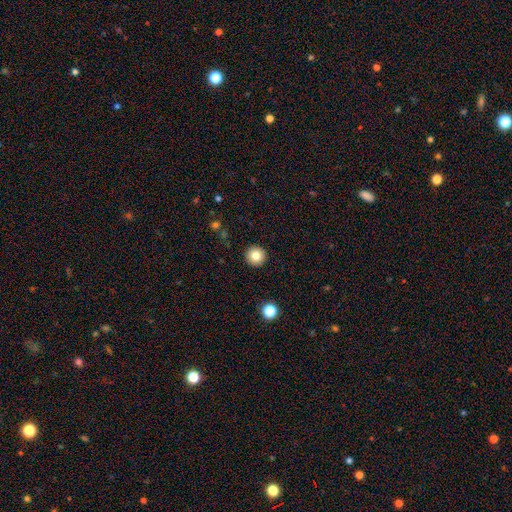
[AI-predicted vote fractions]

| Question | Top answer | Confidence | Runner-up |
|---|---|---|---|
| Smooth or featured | smooth | 81% | star or artifact (11%) |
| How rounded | round | 96% | in between (3%) |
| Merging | none | 93% | minor disturbance (4%) |